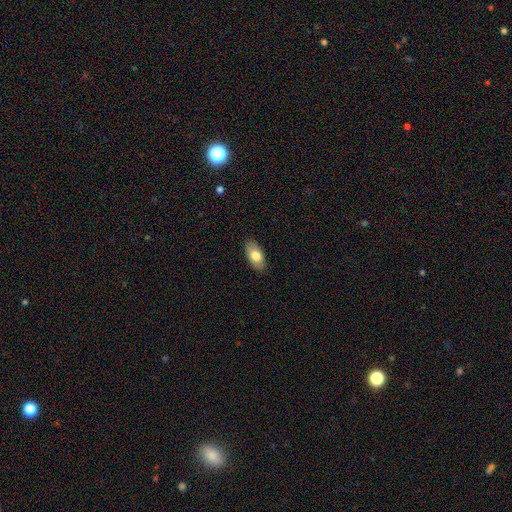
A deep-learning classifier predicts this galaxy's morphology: This appears to be a smooth galaxy with no disk features (76%) that is in between round and cigar-shaped (93%). Merging: none (87%).